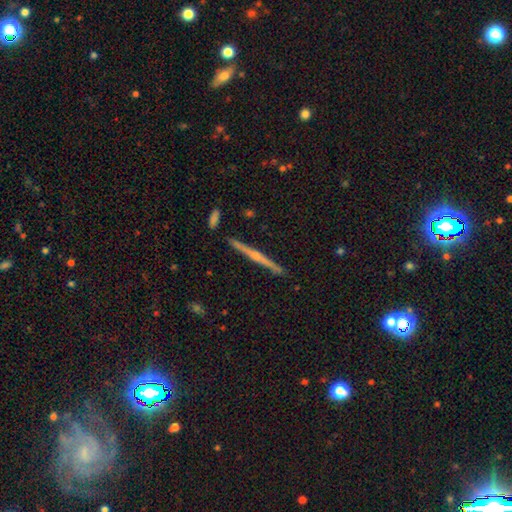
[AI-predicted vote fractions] A featured or disk galaxy (67%) viewed edge-on (95%) with a rounded central bulge (70%). Merging: none (87%).